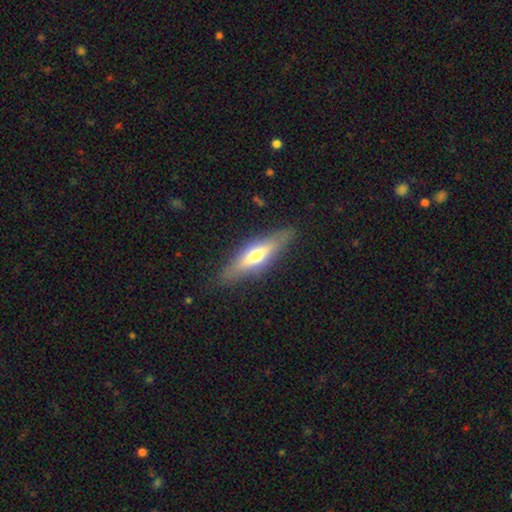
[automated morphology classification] smooth_or_featured: featured or disk (p=0.52) [alt: smooth p=0.42]
disk_edge_on: yes (p=0.87) [alt: no p=0.13]
merging: none (p=0.85) [alt: minor disturbance p=0.11]